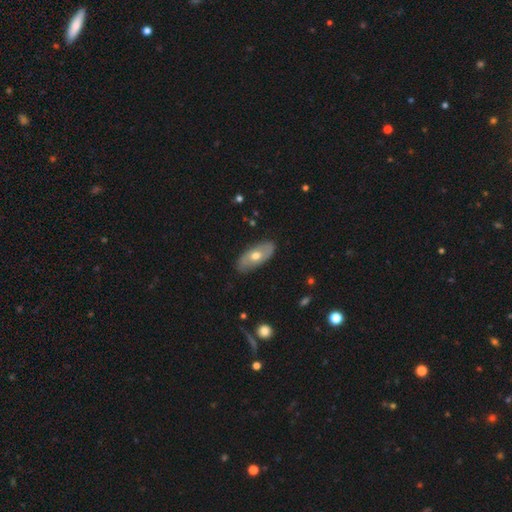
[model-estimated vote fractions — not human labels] Morphology: type=smooth (52%); roundness=in between (88%); merging=none (85%).